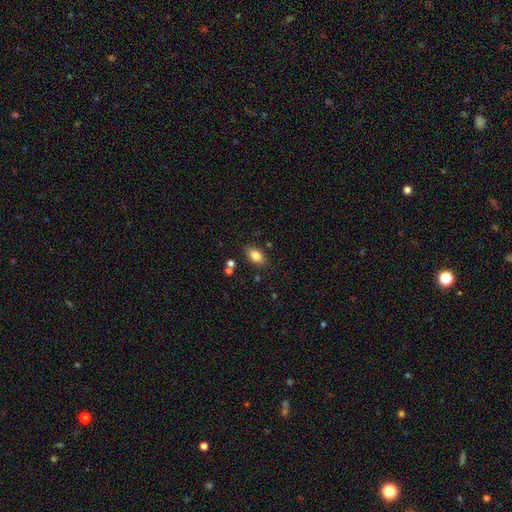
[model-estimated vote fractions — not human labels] Overall: smooth (82%). How rounded: in between (88%). Merging: none (81%).